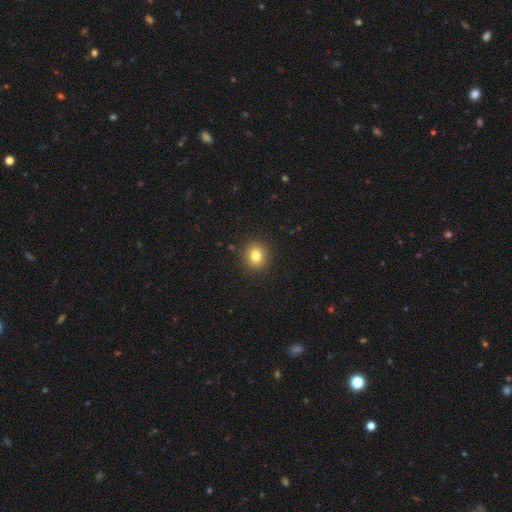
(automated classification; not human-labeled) smooth 80%, star or artifact 11%, featured or disk 9%. Down the decision tree: how rounded — round (83%); merging — none (90%).